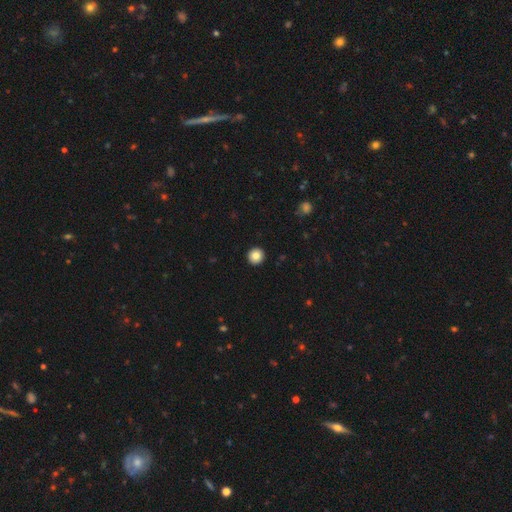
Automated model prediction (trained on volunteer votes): This appears to be a smooth galaxy with no disk features (83%) that is round (95%). Merging: none (94%).